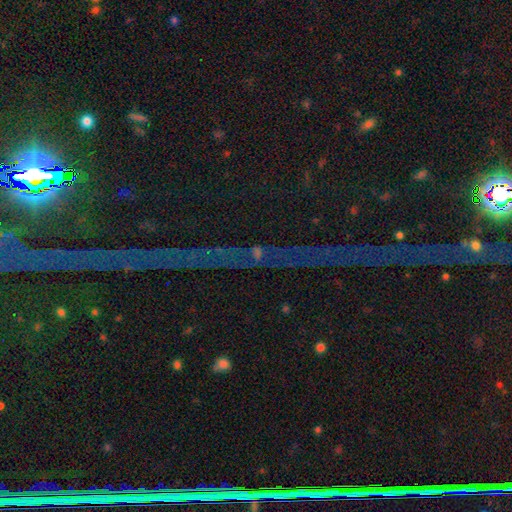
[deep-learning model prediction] Smooth or featured? star or artifact (82%)